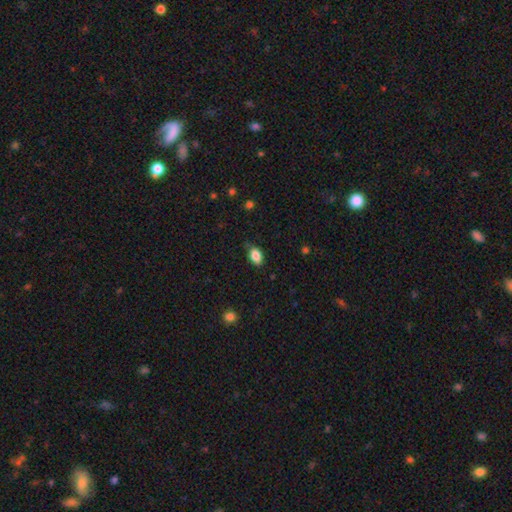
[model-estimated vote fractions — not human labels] This appears to be a smooth galaxy with no disk features (85%) that is in between round and cigar-shaped (87%). Merging: none (78%).